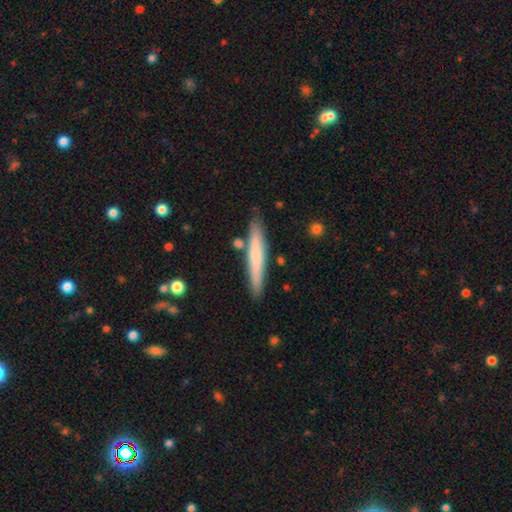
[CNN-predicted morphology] type=smooth (63%); roundness=cigar-shaped (94%); merging=none (84%).